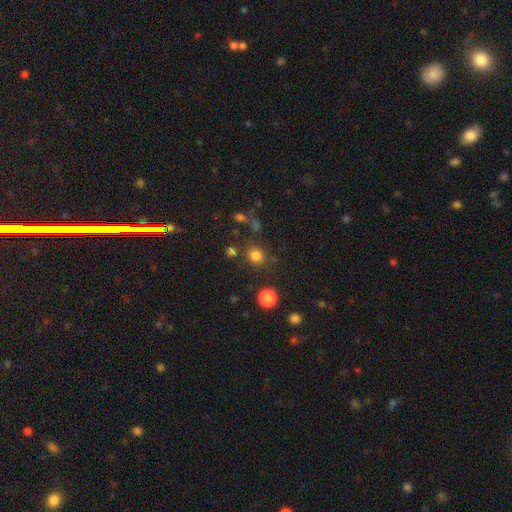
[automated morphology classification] This is likely a smooth galaxy (79%). How rounded: clearly round (85%). Merging: likely none (79%).